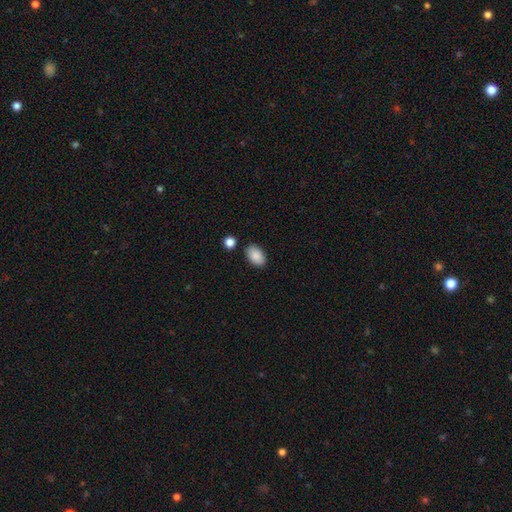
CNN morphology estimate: This is clearly a smooth galaxy (89%). How rounded: clearly in between (92%). Merging: clearly none (84%).